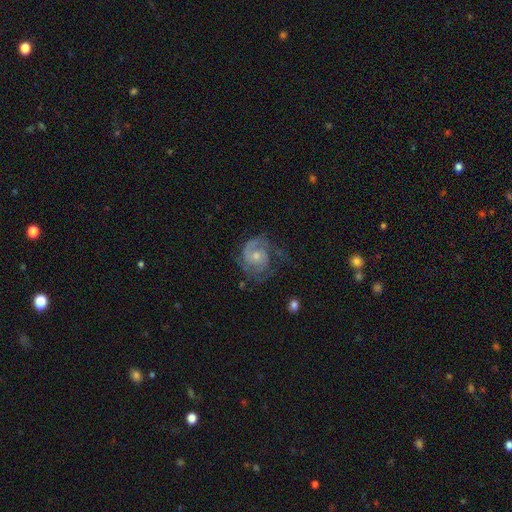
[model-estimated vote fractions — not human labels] Q: Smooth or featured?
A: featured or disk (77%); runner-up: smooth (17%)
Q: Edge-on disk?
A: no (98%); runner-up: yes (2%)
Q: Bar?
A: no (72%); runner-up: weak (24%)
Q: Spiral arms?
A: yes (90%); runner-up: no (10%)
Q: Spiral winding?
A: tight (45%); runner-up: medium (39%)
Q: Spiral arm count?
A: 2 (45%); runner-up: can't tell (24%)
Q: Bulge size?
A: small (51%); runner-up: moderate (42%)
Q: Merging?
A: none (51%); runner-up: major disturbance (24%)